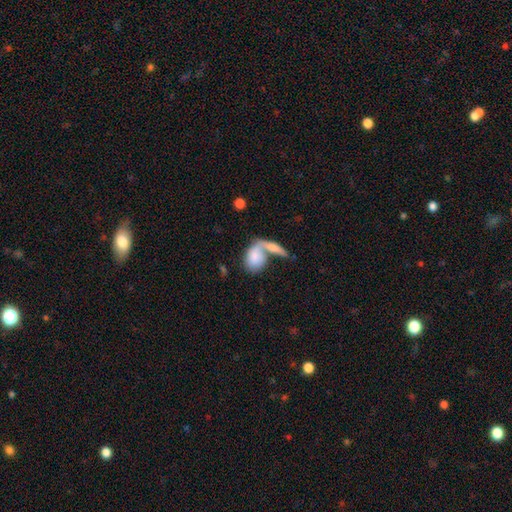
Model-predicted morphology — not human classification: Overall: smooth (72%). How rounded: in between (77%). Merging: merger (60%; none 23%).